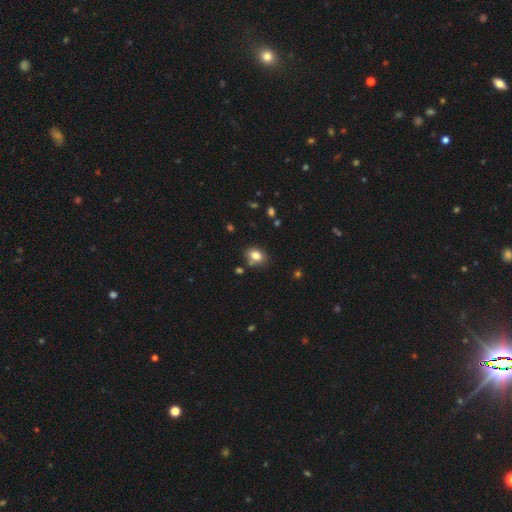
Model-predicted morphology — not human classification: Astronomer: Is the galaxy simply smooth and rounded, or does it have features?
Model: smooth — 81%.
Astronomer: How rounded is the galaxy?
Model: in between — 59% (runner-up: round, 40%).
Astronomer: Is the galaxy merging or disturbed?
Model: none — 76%.